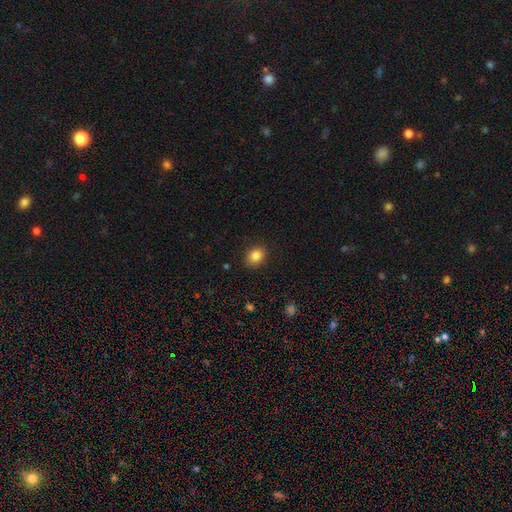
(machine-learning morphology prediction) This appears to be a smooth galaxy with no disk features (85%) that is in between round and cigar-shaped (51%). Merging: none (85%).